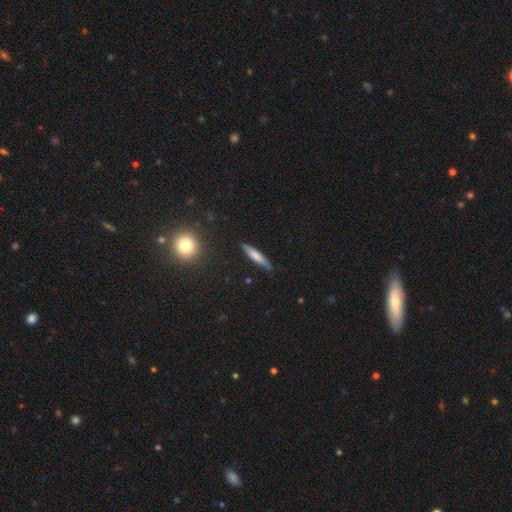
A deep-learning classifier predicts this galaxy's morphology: Overall: smooth (66%; featured or disk 27%). How rounded: cigar-shaped (91%). Merging: none (85%).